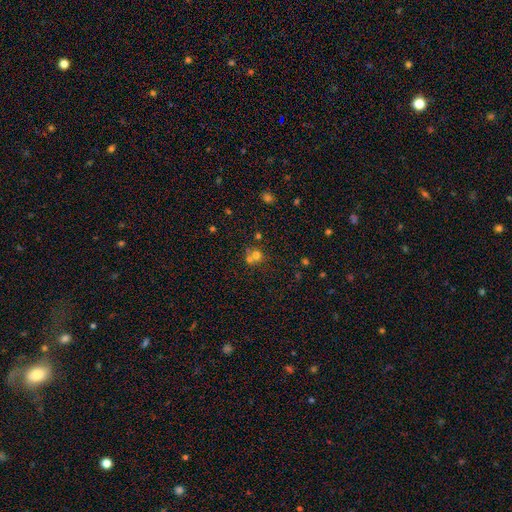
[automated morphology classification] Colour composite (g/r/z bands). It shows a smooth galaxy with no disk features (65%) that is round (83%). Merging: merger (47%).